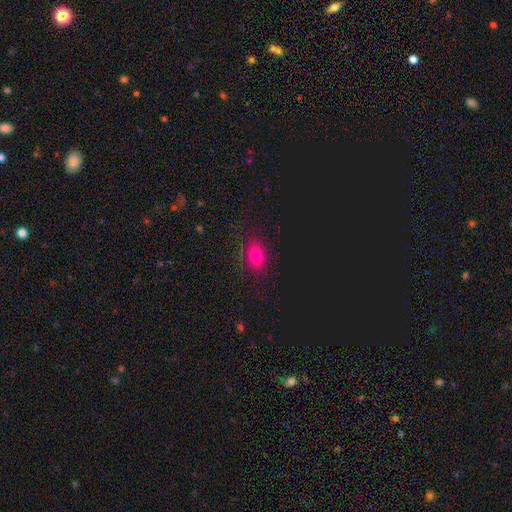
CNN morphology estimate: Smooth or featured?
  - smooth: 71% *
  - star or artifact: 21%
  - featured or disk: 7%
How rounded?
  - in between: 64% *
  - round: 34%
  - cigar-shaped: 2%
Merging?
  - none: 85% *
  - minor disturbance: 11%
  - major disturbance: 3%
  - merger: 1%